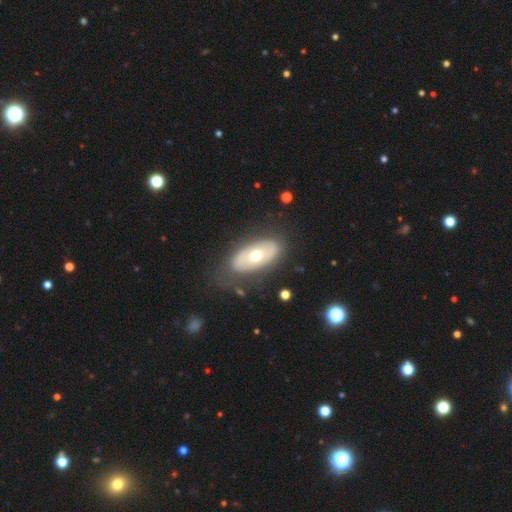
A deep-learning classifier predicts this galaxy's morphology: Smooth or featured? Predicted: featured or disk (p=0.52). Edge-on disk? Predicted: no (p=0.87). Merging? Predicted: none (p=0.75).